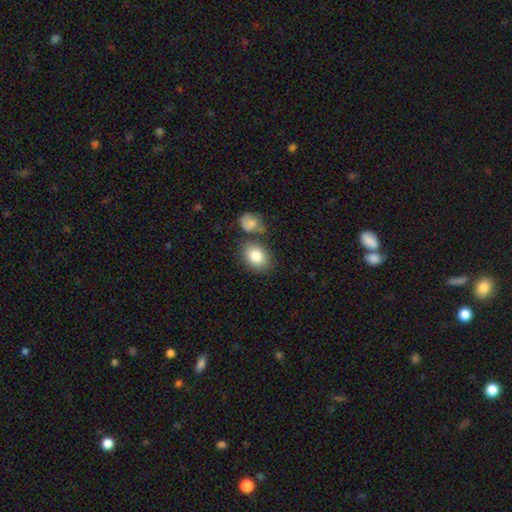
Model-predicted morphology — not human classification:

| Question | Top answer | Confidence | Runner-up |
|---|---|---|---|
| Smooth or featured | smooth | 84% | featured or disk (9%) |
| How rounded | in between | 69% | round (30%) |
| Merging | none | 67% | merger (14%) |